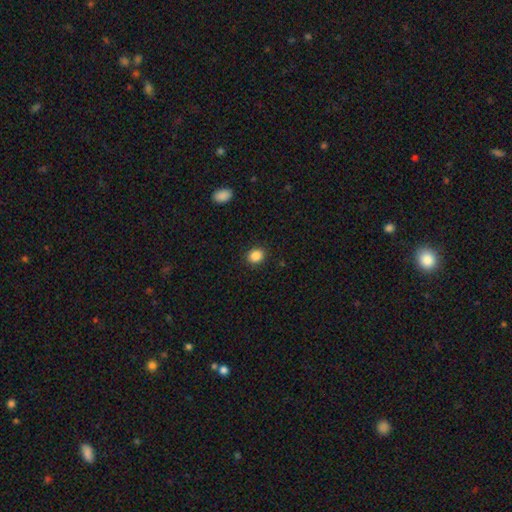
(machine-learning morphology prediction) The model was most divided on "how rounded": round: 61%, in between: 38%, cigar-shaped: 1%. More confident: merging — none (90%); smooth or featured — smooth (86%).